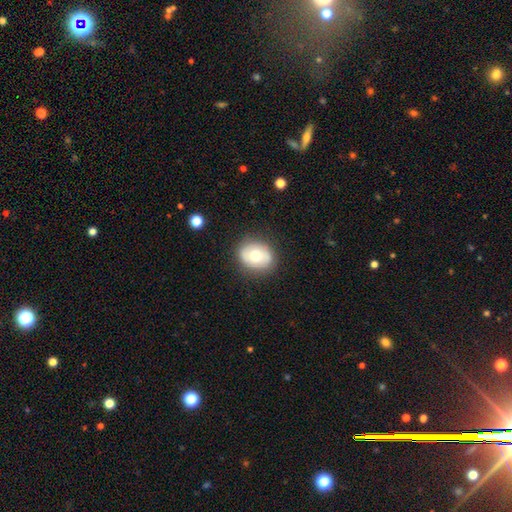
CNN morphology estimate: smooth-or-featured: smooth: 61% | featured or disk: 31% | star or artifact: 8%
  how-rounded: round: 59% | in between: 40% | cigar-shaped: 1%
  merging: none: 83% | minor disturbance: 12% | major disturbance: 4% | merger: 1%